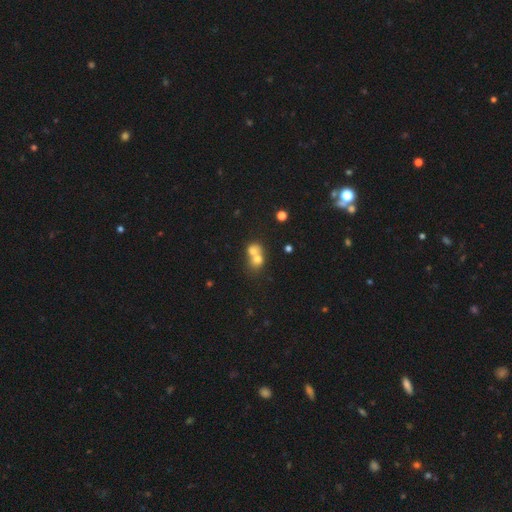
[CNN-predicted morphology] A smooth galaxy with no disk features (68%) that is round (66%). Merging: merger (70%).